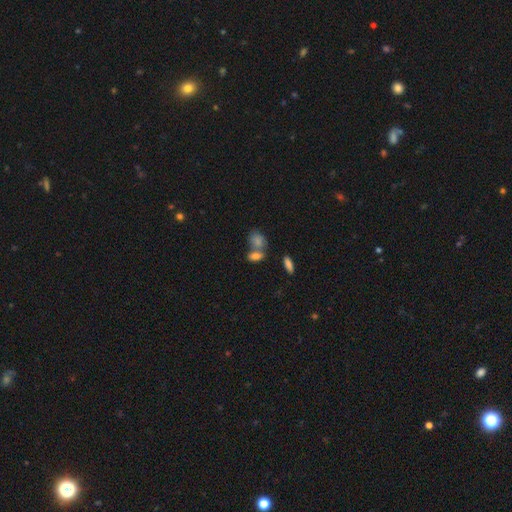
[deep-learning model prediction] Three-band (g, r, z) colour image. It shows a smooth galaxy with no disk features (78%) that is in between round and cigar-shaped (78%). Merging: none (44%).